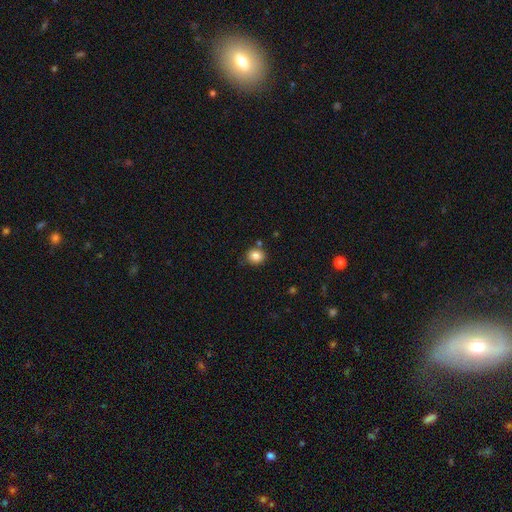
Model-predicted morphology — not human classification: smooth 84%, star or artifact 10%, featured or disk 6%. Down the decision tree: how rounded — round (80%); merging — none (78%).